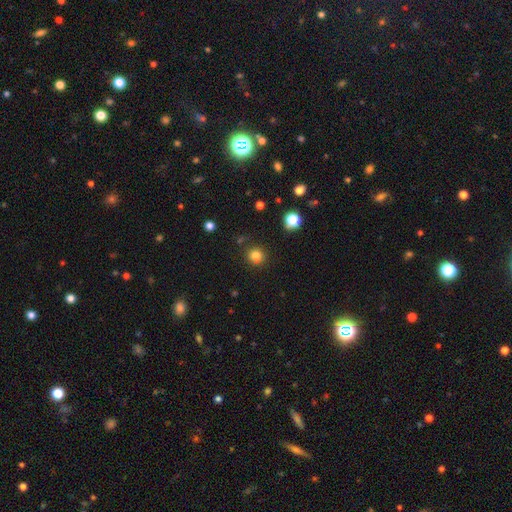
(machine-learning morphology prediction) Smooth or featured? Predicted: smooth (p=0.83). How rounded? Predicted: round (p=0.92). Merging? Predicted: none (p=0.87).